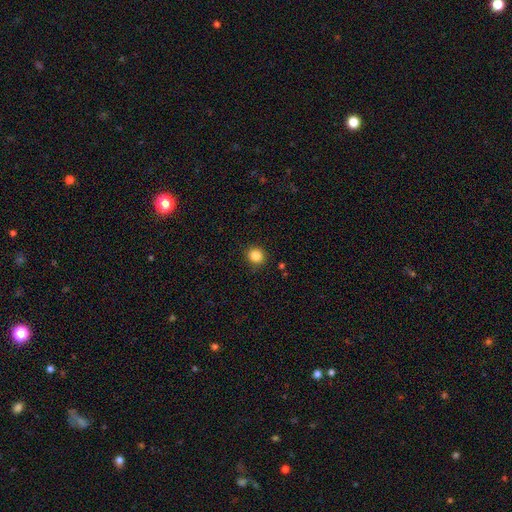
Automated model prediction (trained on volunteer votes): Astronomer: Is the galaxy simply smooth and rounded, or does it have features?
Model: smooth — 85%.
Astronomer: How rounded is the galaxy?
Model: round — 86%.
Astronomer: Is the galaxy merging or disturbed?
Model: none — 90%.